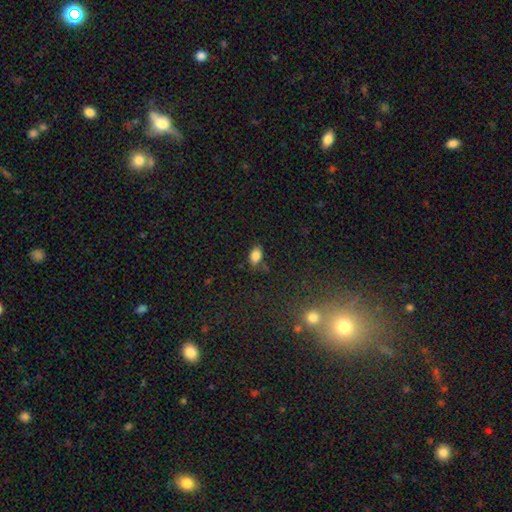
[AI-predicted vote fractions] Q: Smooth or featured?
A: smooth (84%); runner-up: star or artifact (10%)
Q: How rounded?
A: in between (90%); runner-up: round (8%)
Q: Merging?
A: none (79%); runner-up: minor disturbance (15%)